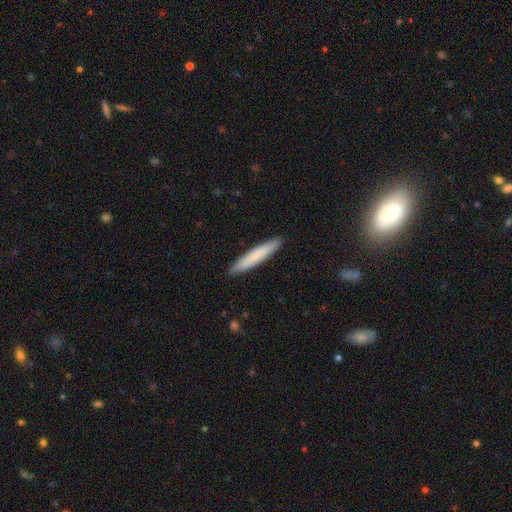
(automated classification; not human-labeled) smooth 75%, featured or disk 19%, star or artifact 5%. Down the decision tree: how rounded — cigar-shaped (93%); merging — none (91%).